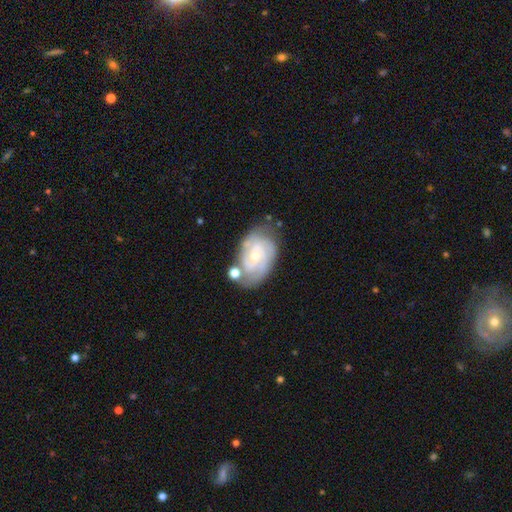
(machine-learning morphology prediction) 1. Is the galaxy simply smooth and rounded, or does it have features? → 84% featured or disk, 10% smooth, 5% star or artifact.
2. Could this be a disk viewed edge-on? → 97% no, 3% yes.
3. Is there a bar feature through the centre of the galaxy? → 62% no, 32% weak, 6% strong.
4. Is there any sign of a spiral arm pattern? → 96% yes, 4% no.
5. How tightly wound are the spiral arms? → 63% tight, 31% medium, 6% loose.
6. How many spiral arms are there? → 37% 2, 29% 3, 20% can't tell, 7% 4, 4% 1, 3% more than 4.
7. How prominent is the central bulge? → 56% small, 41% moderate, 1% large, 1% none, 1% dominant.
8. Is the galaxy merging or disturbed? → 63% none, 20% minor disturbance, 11% merger, 7% major disturbance.